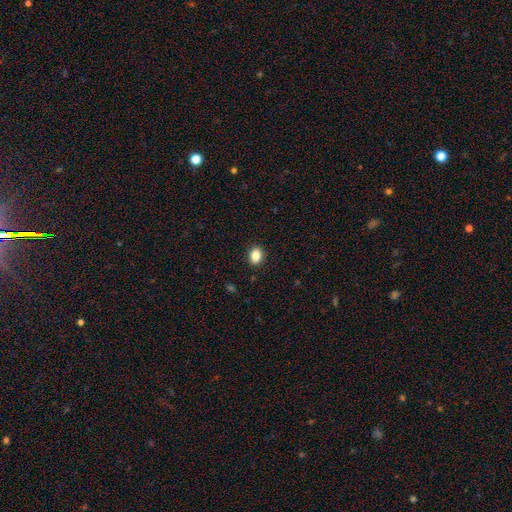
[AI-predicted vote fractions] smooth-or-featured: smooth: 85% | star or artifact: 9% | featured or disk: 5%
  how-rounded: in between: 64% | round: 35% | cigar-shaped: 1%
  merging: none: 90% | minor disturbance: 7% | major disturbance: 2% | merger: 1%